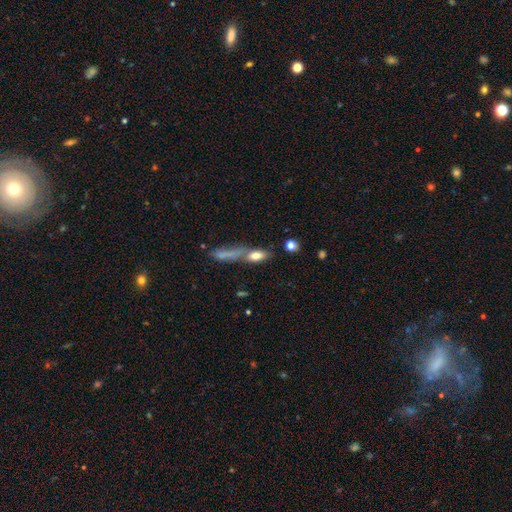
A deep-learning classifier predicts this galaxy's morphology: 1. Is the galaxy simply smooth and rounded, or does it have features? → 73% smooth, 18% featured or disk, 9% star or artifact.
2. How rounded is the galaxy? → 66% in between, 29% cigar-shaped, 5% round.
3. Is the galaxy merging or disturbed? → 44% none, 33% merger, 14% minor disturbance, 9% major disturbance.